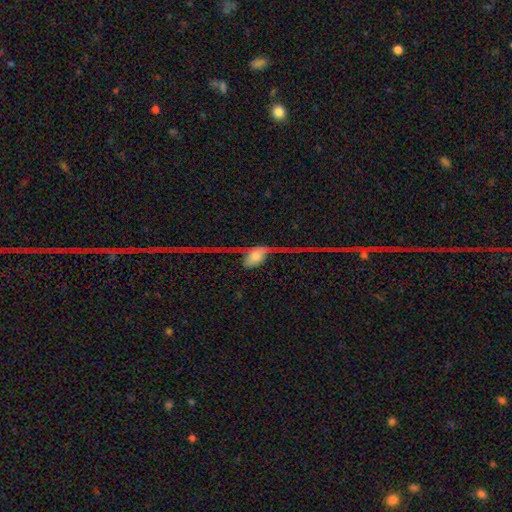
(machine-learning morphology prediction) Overall: featured or disk (64%; smooth 24%). Edge-on disk: no (58%; yes 42%). Merging: major disturbance (37%; none 36%).